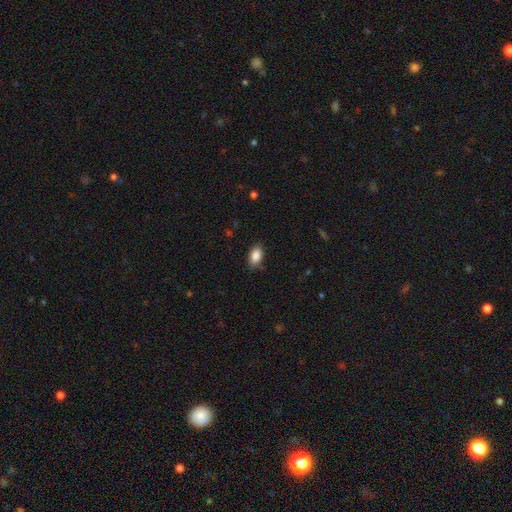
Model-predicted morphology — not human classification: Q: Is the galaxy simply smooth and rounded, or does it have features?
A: smooth — 87%.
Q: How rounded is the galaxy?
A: in between — 91%.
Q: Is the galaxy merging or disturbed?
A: none — 81%.